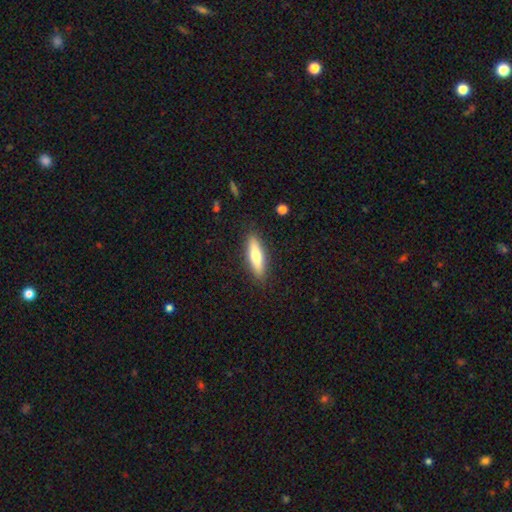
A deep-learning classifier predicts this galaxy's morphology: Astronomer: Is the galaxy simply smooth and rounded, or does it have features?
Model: smooth — 67%.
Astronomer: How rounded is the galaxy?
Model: cigar-shaped — 67%.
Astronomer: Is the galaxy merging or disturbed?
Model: none — 88%.